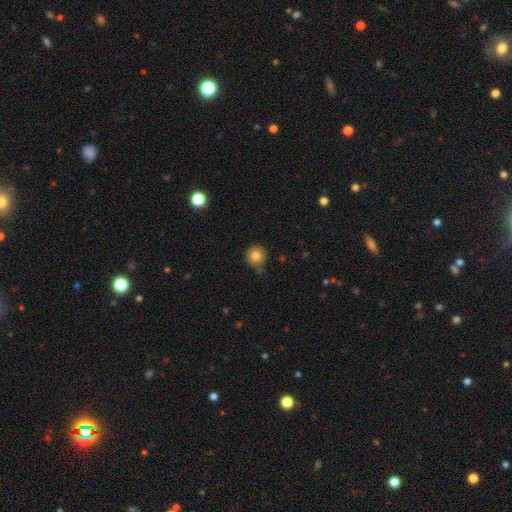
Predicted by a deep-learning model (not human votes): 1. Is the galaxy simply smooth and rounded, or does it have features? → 81% smooth, 11% star or artifact, 8% featured or disk.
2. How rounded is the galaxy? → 92% round, 7% in between, 1% cigar-shaped.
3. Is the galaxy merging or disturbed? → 67% none, 25% minor disturbance, 5% major disturbance, 4% merger.